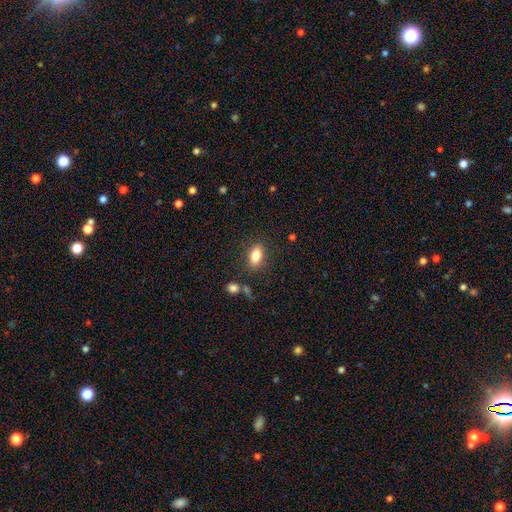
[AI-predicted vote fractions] This appears to be a smooth galaxy with no disk features (82%) that is in between round and cigar-shaped (87%). Merging: none (83%).